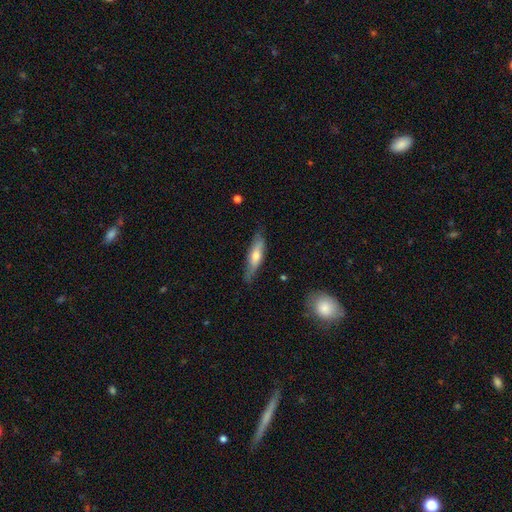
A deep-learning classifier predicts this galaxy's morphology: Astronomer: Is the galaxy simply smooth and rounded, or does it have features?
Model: smooth — 51% (runner-up: featured or disk, 43%).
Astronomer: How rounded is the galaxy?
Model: cigar-shaped — 68%.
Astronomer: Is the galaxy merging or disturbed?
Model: none — 74%.